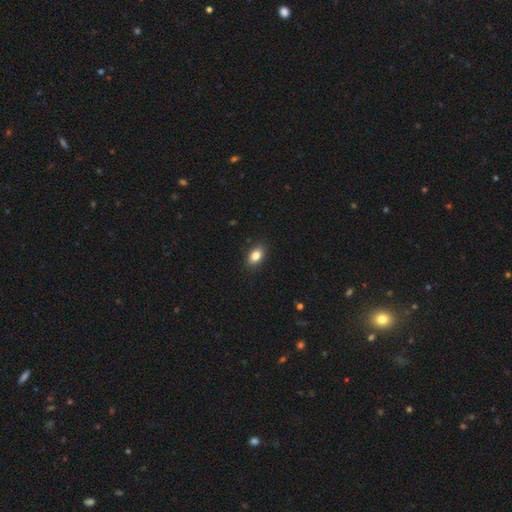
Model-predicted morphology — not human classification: This is clearly a smooth galaxy (83%). How rounded: clearly in between (86%). Merging: clearly none (88%).